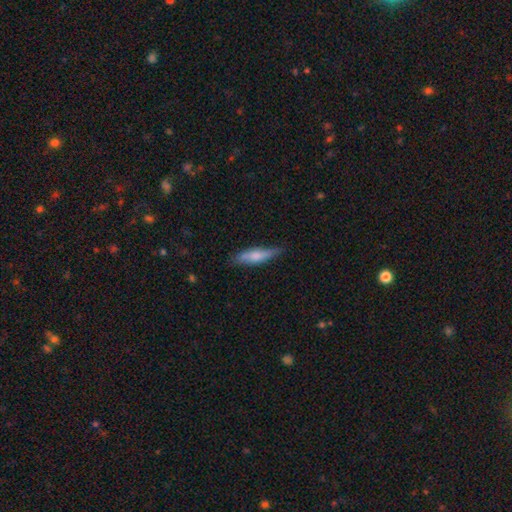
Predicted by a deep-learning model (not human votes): Overall: smooth (67%; featured or disk 27%). How rounded: cigar-shaped (68%; in between 30%). Merging: none (76%).